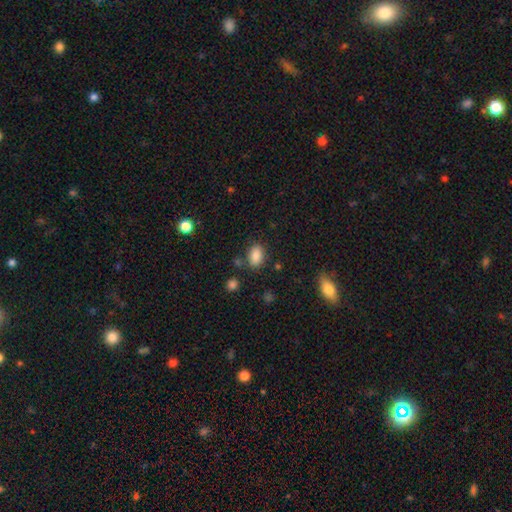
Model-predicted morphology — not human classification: smooth_or_featured: smooth (p=0.86) [alt: star or artifact p=0.09]
how_rounded: in between (p=0.85) [alt: round p=0.13]
merging: none (p=0.77) [alt: minor disturbance p=0.13]